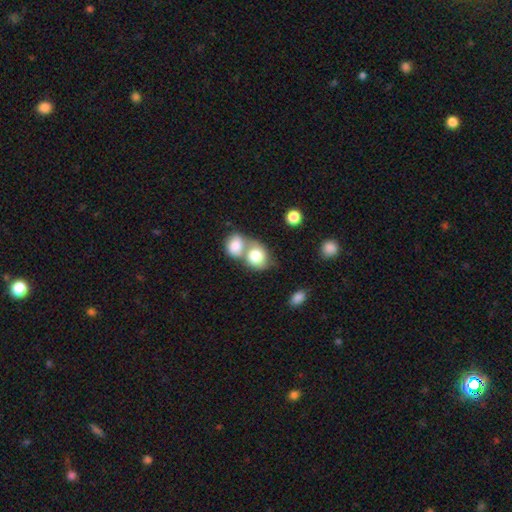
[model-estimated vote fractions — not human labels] Smooth or featured: smooth — 76% (featured or disk — 18%)
How rounded: round — 54% (in between — 45%)
Merging: merger — 66% (none — 22%)